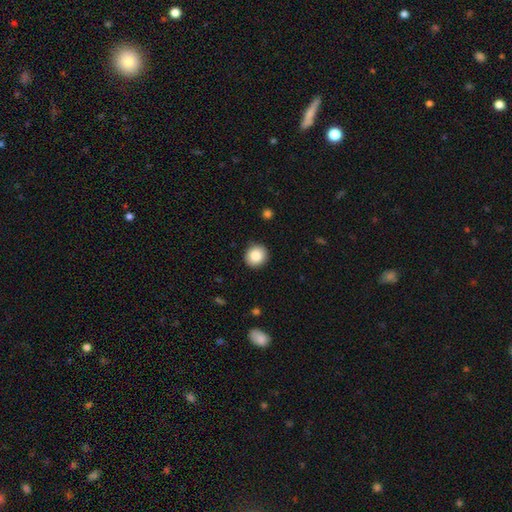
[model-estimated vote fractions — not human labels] Smooth or featured: smooth — 85% (star or artifact — 8%)
How rounded: round — 87% (in between — 12%)
Merging: none — 91% (minor disturbance — 7%)